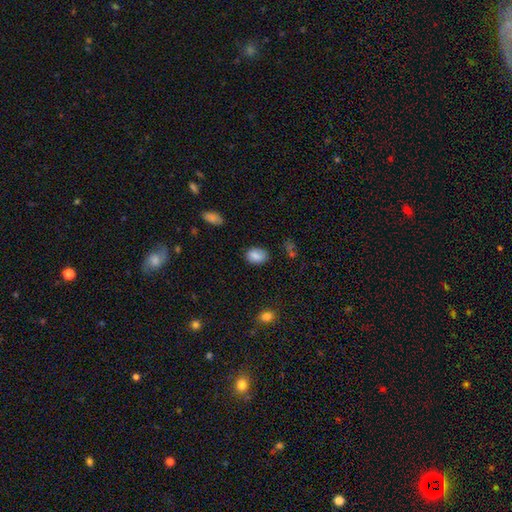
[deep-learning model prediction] Smooth or featured? smooth (83%)
How rounded? in between (77%)
Merging? none (79%)